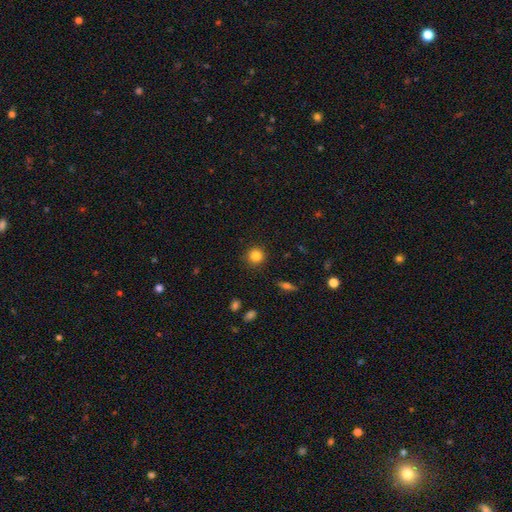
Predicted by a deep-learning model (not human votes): Smooth or featured?
  - smooth: 84% *
  - star or artifact: 11%
  - featured or disk: 5%
How rounded?
  - round: 93% *
  - in between: 6%
  - cigar-shaped: 1%
Merging?
  - none: 90% *
  - minor disturbance: 6%
  - major disturbance: 2%
  - merger: 1%